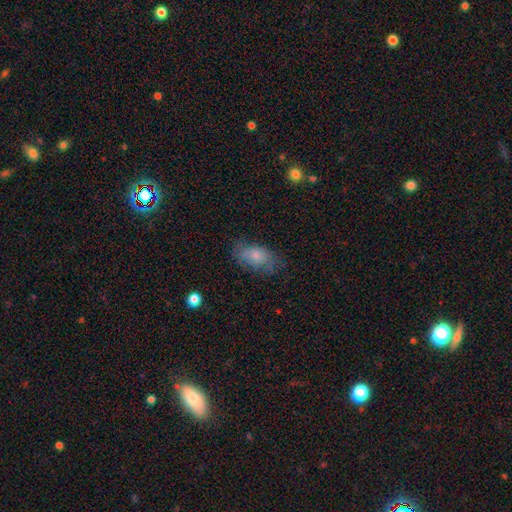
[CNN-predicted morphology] Smooth or featured? smooth (71%)
How rounded? in between (90%)
Merging? none (66%)